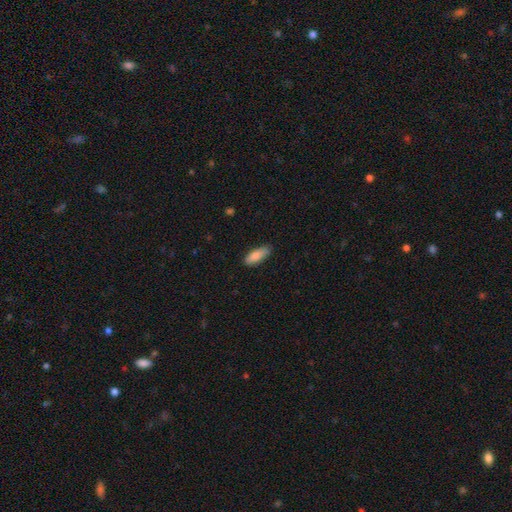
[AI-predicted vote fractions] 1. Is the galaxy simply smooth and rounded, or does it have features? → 86% smooth, 8% featured or disk, 6% star or artifact.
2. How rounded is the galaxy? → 66% in between, 32% cigar-shaped, 2% round.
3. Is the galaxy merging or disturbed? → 82% none, 14% minor disturbance, 2% major disturbance, 1% merger.